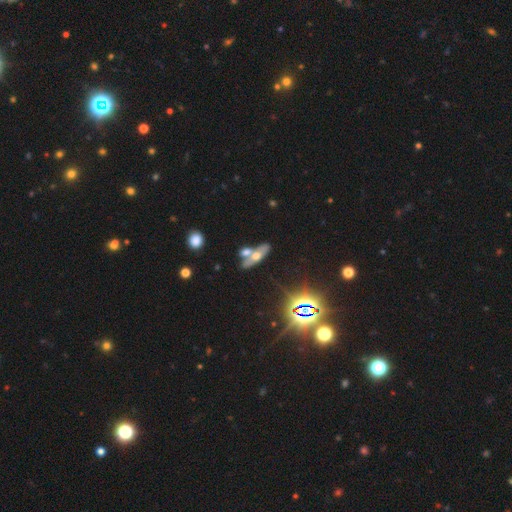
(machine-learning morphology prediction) The model was most divided on "smooth or featured": featured or disk: 46%, smooth: 37%, star or artifact: 17%. More confident: merging — merger (52%).